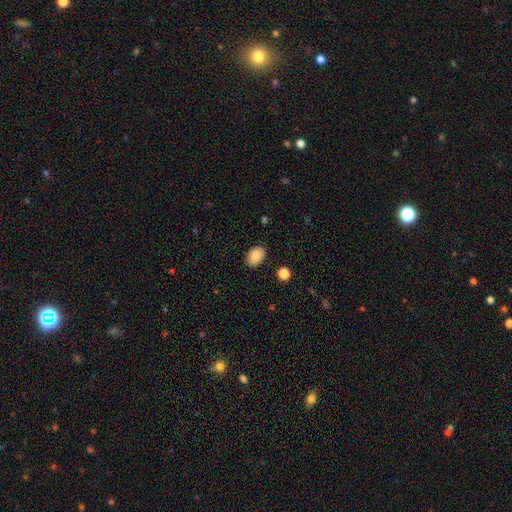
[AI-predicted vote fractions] The model was most divided on "how rounded": in between: 85%, round: 14%, cigar-shaped: 1%. More confident: merging — none (87%); smooth or featured — smooth (86%).